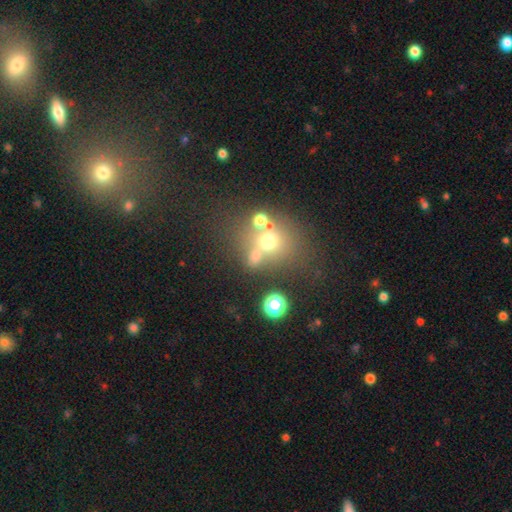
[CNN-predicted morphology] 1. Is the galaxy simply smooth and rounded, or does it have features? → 60% smooth, 23% star or artifact, 16% featured or disk.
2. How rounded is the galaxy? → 77% round, 22% in between, 1% cigar-shaped.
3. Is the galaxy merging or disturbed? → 52% none, 29% merger, 11% minor disturbance, 7% major disturbance.